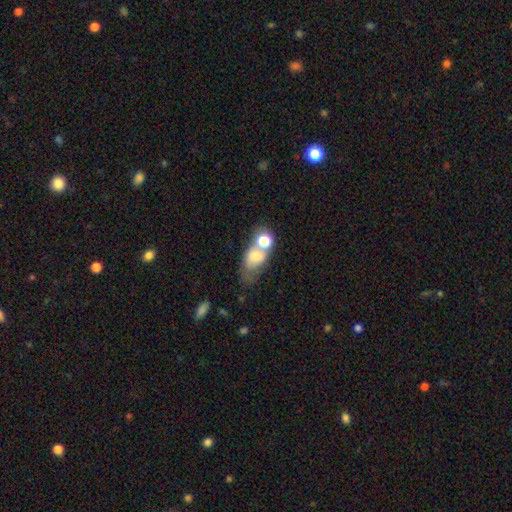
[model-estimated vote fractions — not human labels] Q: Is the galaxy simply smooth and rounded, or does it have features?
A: smooth — 64%.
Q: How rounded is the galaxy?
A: in between — 72%.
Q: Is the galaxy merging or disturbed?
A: merger — 48%.